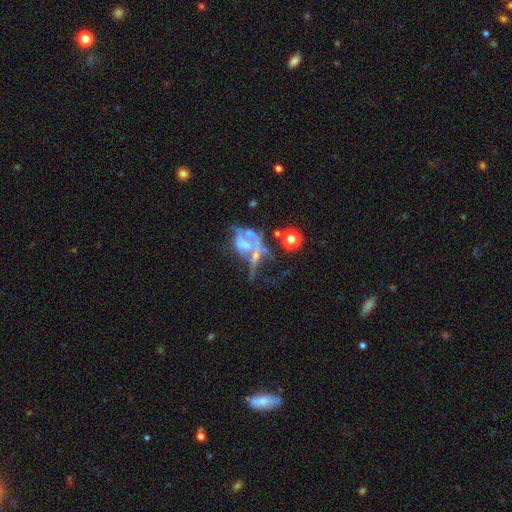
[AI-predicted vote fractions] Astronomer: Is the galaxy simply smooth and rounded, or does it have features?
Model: featured or disk — 59%.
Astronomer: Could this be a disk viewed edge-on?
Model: no — 95%.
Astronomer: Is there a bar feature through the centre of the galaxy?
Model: no — 85%.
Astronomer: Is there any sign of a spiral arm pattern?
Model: no — 86%.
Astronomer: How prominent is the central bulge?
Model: none — 60%.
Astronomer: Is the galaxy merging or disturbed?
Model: major disturbance — 37% (runner-up: merger, 33%).